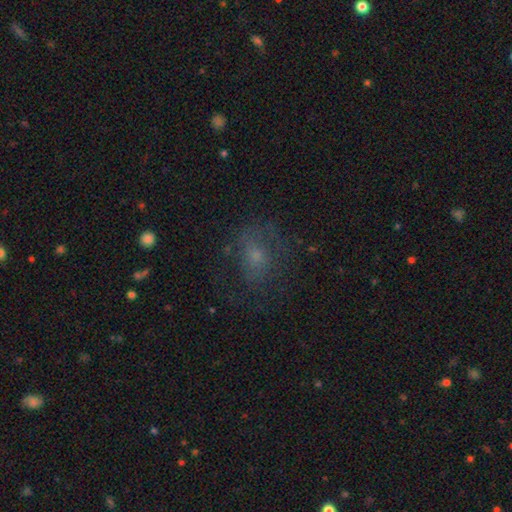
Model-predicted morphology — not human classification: A smooth galaxy with no disk features (45%). Merging: none (59%).